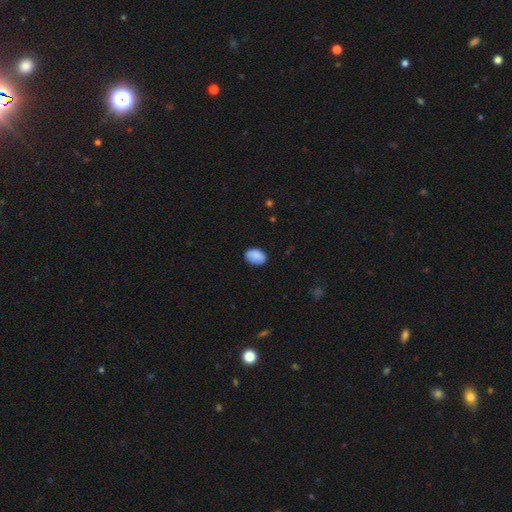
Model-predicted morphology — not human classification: Overall: smooth (86%). How rounded: in between (85%). Merging: none (81%).